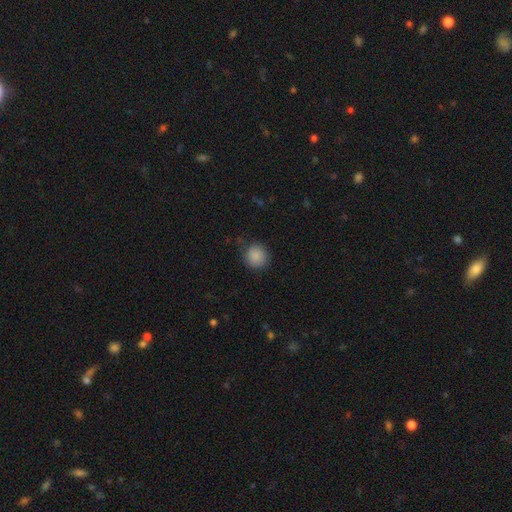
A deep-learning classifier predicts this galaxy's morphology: The model was most divided on "merging": none: 82%, minor disturbance: 13%, major disturbance: 3%, merger: 1%. More confident: how rounded — round (89%); smooth or featured — smooth (88%).